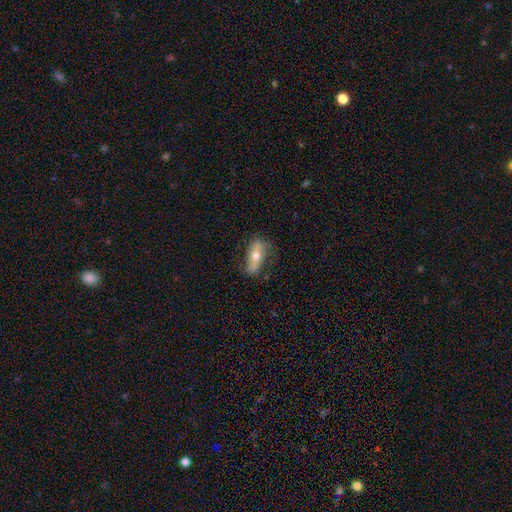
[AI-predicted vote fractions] Smooth or featured?
  - smooth: 53% *
  - featured or disk: 41%
  - star or artifact: 7%
How rounded?
  - in between: 65% *
  - cigar-shaped: 30%
  - round: 4%
Merging?
  - none: 72% *
  - minor disturbance: 20%
  - major disturbance: 6%
  - merger: 2%